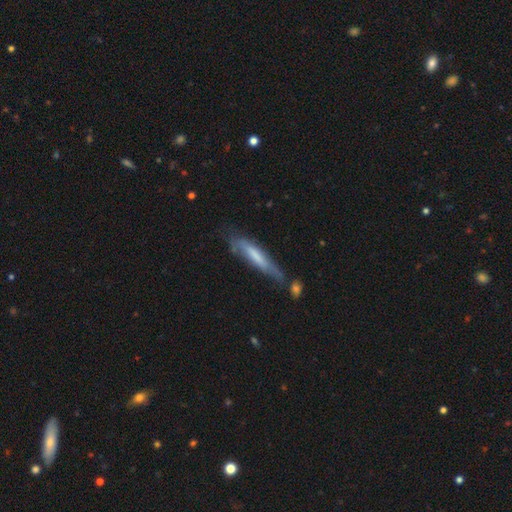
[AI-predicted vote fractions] Smooth or featured: smooth — 50% (featured or disk — 43%)
Merging: none — 45% (minor disturbance — 31%)